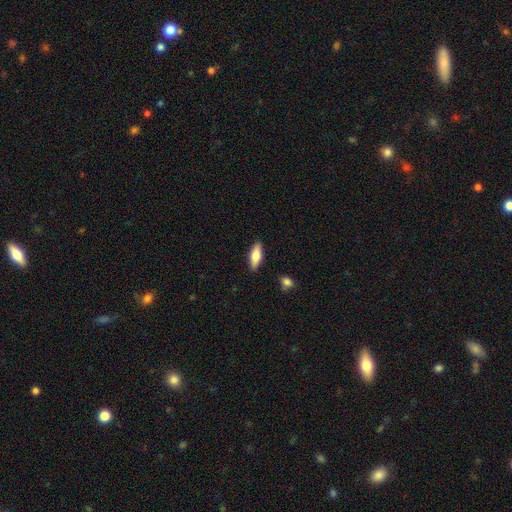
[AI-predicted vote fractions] This appears to be a smooth galaxy with no disk features (73%) that is in between round and cigar-shaped (63%). Merging: none (87%).